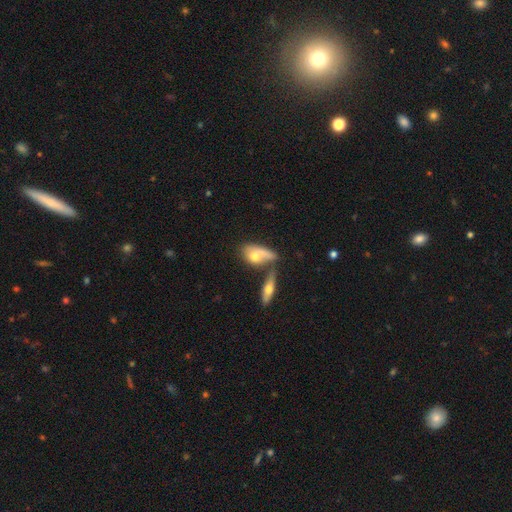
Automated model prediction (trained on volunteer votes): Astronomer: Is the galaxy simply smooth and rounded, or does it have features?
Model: smooth — 64%.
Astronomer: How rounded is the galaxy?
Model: in between — 75%.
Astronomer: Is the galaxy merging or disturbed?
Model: merger — 44% (runner-up: none, 32%).